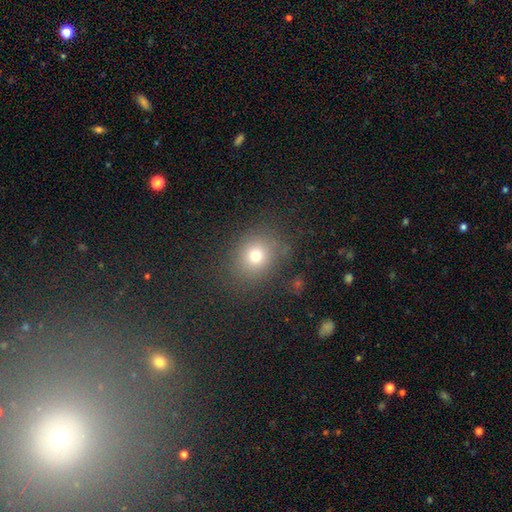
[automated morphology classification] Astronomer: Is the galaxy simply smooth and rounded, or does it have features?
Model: smooth — 73%.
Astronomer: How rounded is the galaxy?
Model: round — 67%.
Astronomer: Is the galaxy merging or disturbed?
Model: none — 79%.